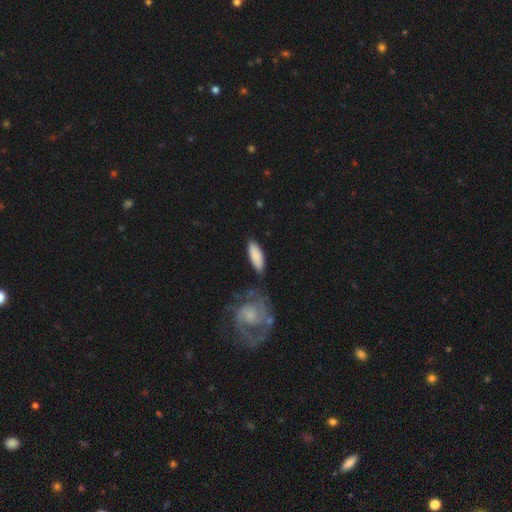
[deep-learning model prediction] smooth-or-featured: smooth: 84% | featured or disk: 10% | star or artifact: 6%
  how-rounded: in between: 66% | cigar-shaped: 32% | round: 2%
  merging: none: 73% | minor disturbance: 16% | merger: 7% | major disturbance: 4%